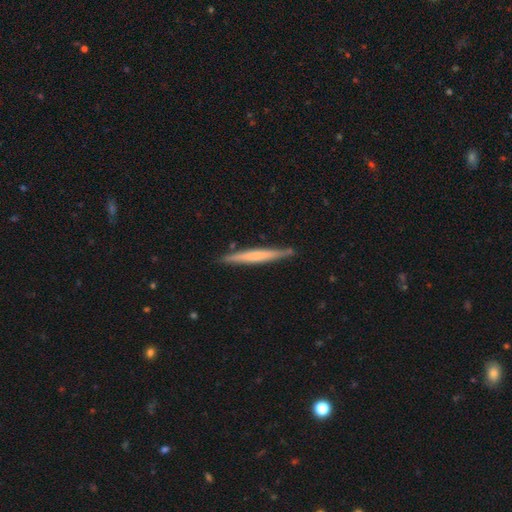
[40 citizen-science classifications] smooth_or_featured: featured or disk (p=0.55) [alt: smooth p=0.35]
disk_edge_on: yes (p=0.91) [alt: no p=0.09]
edge_on_bulge: none (p=0.45) [alt: rounded p=0.35]
merging: none (p=0.86) [alt: minor disturbance p=0.06]